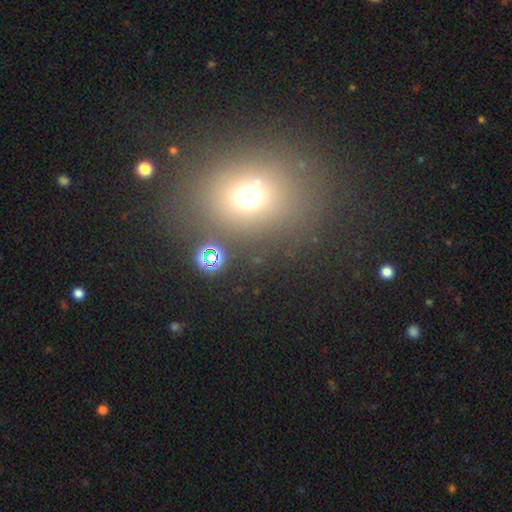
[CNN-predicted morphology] smooth_or_featured: smooth (p=0.61) [alt: star or artifact p=0.28]
how_rounded: round (p=0.56) [alt: in between p=0.43]
merging: none (p=0.80) [alt: minor disturbance p=0.10]